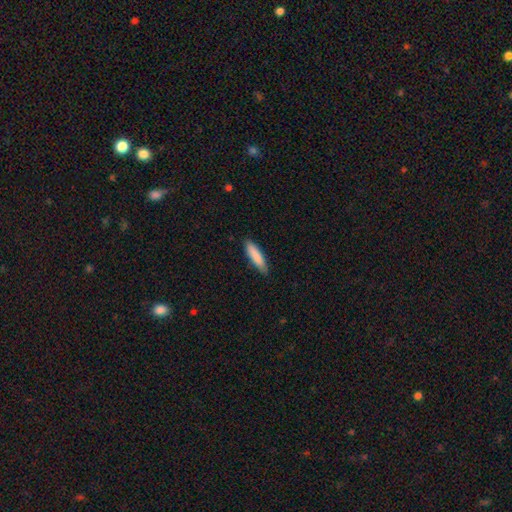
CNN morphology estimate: smooth-or-featured: smooth: 86% | featured or disk: 9% | star or artifact: 5%
  how-rounded: cigar-shaped: 74% | in between: 25% | round: 1%
  merging: none: 84% | minor disturbance: 13% | major disturbance: 2% | merger: 1%